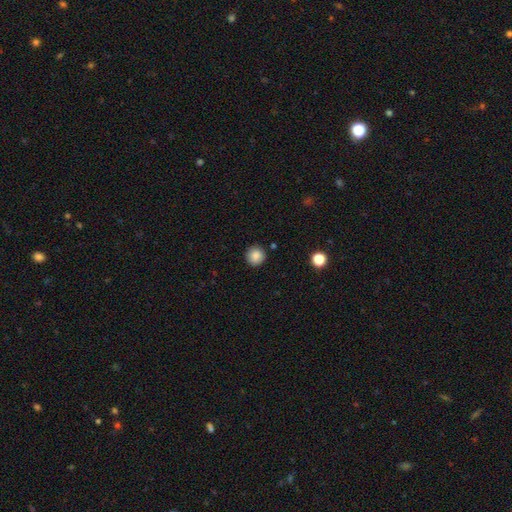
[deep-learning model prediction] smooth-or-featured: smooth: 86% | star or artifact: 10% | featured or disk: 4%
  how-rounded: round: 93% | in between: 6% | cigar-shaped: 1%
  merging: none: 89% | minor disturbance: 7% | major disturbance: 2% | merger: 2%